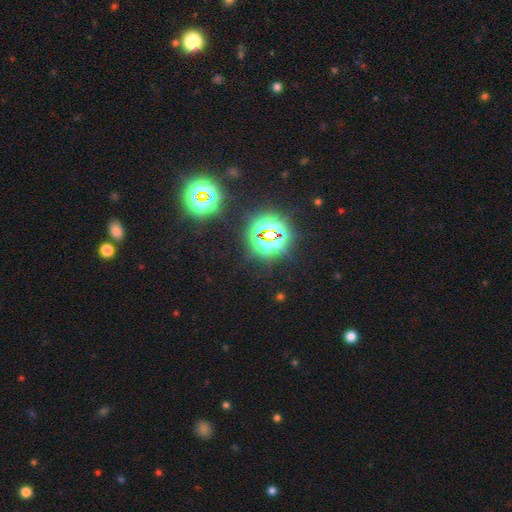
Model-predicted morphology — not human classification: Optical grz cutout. It shows a star or artifact, not a galaxy (79%).